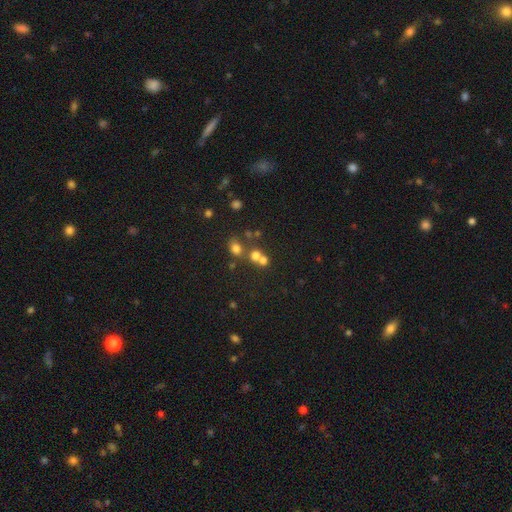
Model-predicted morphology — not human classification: Smooth or featured: smooth — 65% (star or artifact — 21%)
How rounded: round — 77% (in between — 22%)
Merging: merger — 45% (none — 43%)